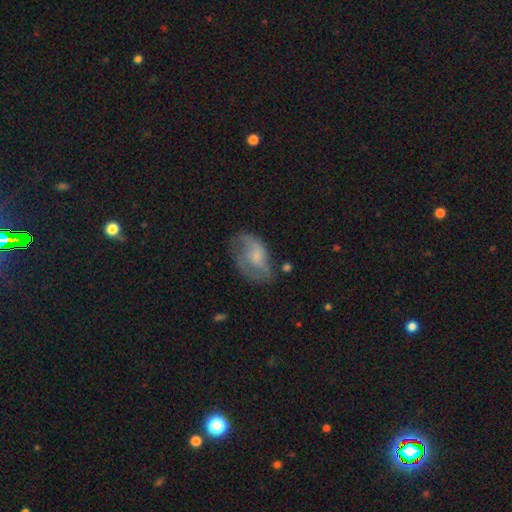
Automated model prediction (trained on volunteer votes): Smooth or featured: featured or disk — 50% (smooth — 42%)
Merging: none — 44% (minor disturbance — 29%)